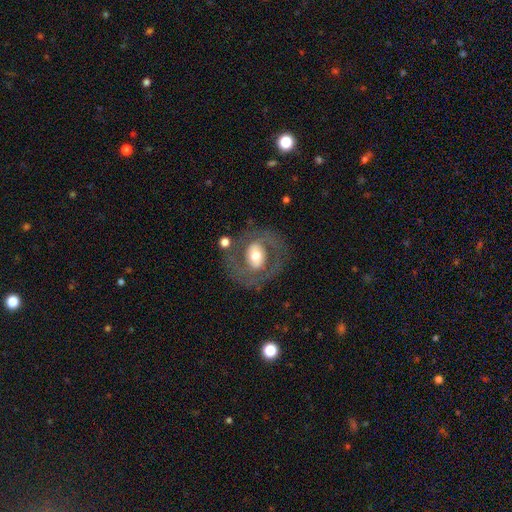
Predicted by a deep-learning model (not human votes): Smooth or featured? Predicted: featured or disk (p=0.65). Edge-on disk? Predicted: no (p=0.95). Bar? Predicted: no (p=0.44). Spiral arms? Predicted: yes (p=0.51). Bulge size? Predicted: moderate (p=0.63). Merging? Predicted: none (p=0.70).